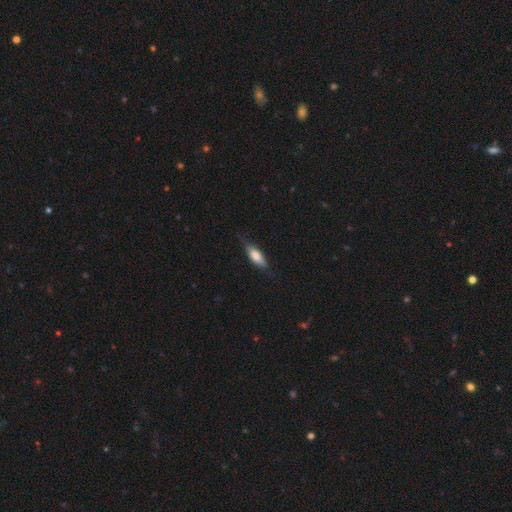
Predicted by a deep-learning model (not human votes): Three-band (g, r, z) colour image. It shows a smooth galaxy with no disk features (71%) that is in between round and cigar-shaped (58%). Merging: none (72%).